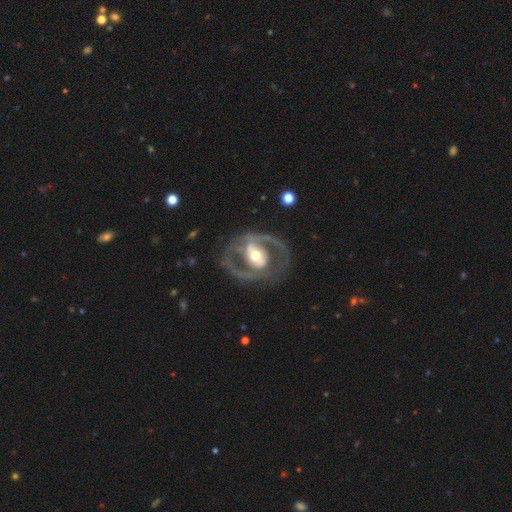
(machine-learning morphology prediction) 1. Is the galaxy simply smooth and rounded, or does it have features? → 83% featured or disk, 12% smooth, 4% star or artifact.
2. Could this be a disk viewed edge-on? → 96% no, 4% yes.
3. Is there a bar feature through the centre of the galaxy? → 36% strong, 34% no, 31% weak.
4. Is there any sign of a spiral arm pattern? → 69% yes, 31% no.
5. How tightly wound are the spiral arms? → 51% medium, 26% tight, 23% loose.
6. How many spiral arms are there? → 84% 2, 7% can't tell, 5% 1, 2% 3, 1% 4, 1% more than 4.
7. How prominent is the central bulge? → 68% moderate, 20% large, 10% small, 2% dominant, 1% none.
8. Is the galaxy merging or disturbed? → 72% none, 13% major disturbance, 13% minor disturbance, 2% merger.